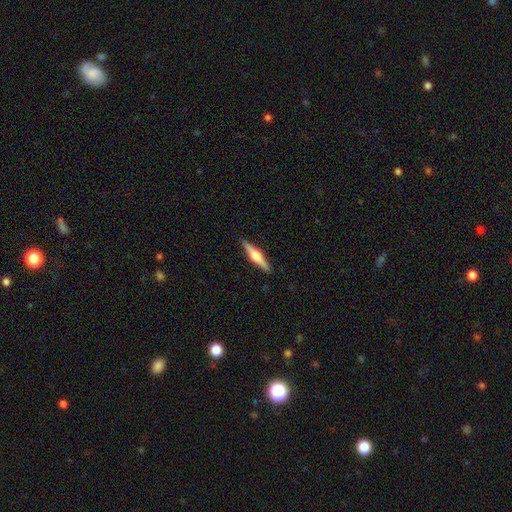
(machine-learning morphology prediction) type=featured or disk (68%); edge-on=yes (98%); edge-on bulge=rounded (89%); merging=none (91%).